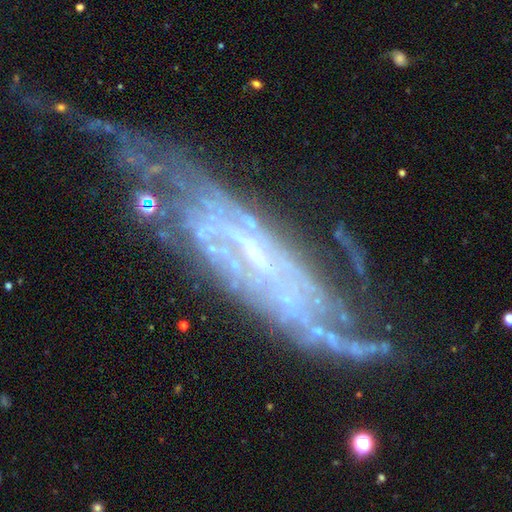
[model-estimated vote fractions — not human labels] Smooth or featured?
  - featured or disk: 85% *
  - star or artifact: 8%
  - smooth: 7%
Edge-on disk?
  - no: 80% *
  - yes: 20%
Bar?
  - weak: 37% *
  - no: 36%
  - strong: 27%
Spiral arms?
  - yes: 92% *
  - no: 8%
Spiral winding?
  - tight: 52% *
  - medium: 33%
  - loose: 15%
Spiral arm count?
  - can't tell: 39% *
  - 2: 26%
  - 3: 11%
  - 4: 9%
  - more than 4: 8%
  - 1: 7%
Bulge size?
  - small: 74% *
  - moderate: 13%
  - none: 10%
  - large: 2%
  - dominant: 1%
Merging?
  - none: 51% *
  - minor disturbance: 23%
  - major disturbance: 21%
  - merger: 5%